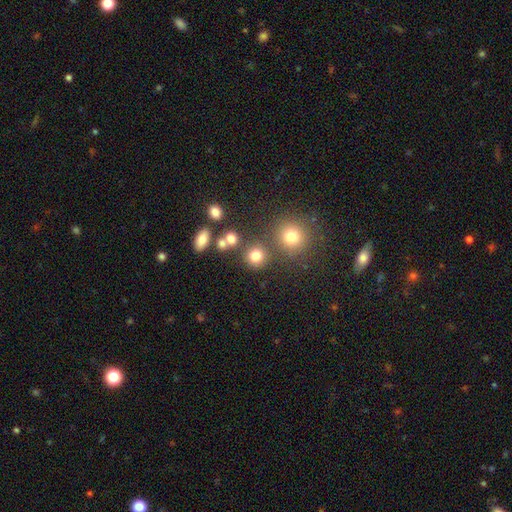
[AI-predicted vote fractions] Smooth or featured? Predicted: smooth (p=0.78). How rounded? Predicted: round (p=0.89). Merging? Predicted: none (p=0.73).